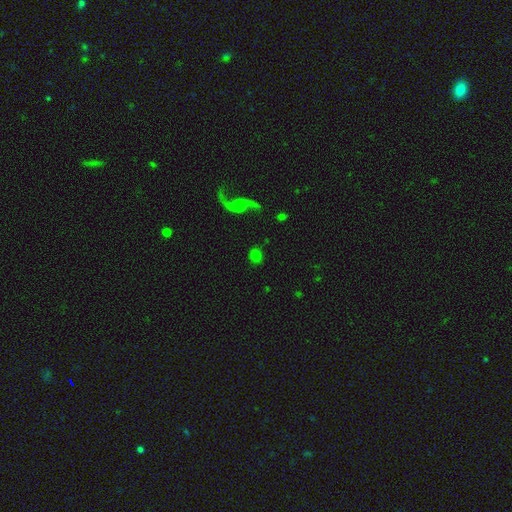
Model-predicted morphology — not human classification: Overall: smooth (61%; featured or disk 26%). How rounded: round (85%). Merging: none (83%).